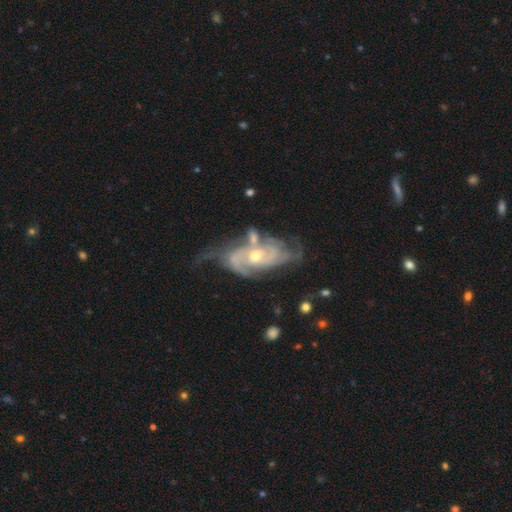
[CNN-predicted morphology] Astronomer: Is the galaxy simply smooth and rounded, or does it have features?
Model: featured or disk — 87%.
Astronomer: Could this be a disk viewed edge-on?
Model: no — 95%.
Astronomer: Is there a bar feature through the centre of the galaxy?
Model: no — 65%.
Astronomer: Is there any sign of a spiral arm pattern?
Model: yes — 94%.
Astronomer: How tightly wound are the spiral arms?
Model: tight — 51% (runner-up: medium, 37%).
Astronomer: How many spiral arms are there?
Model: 2 — 33% (runner-up: can't tell, 29%).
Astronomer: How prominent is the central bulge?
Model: moderate — 54% (runner-up: small, 42%).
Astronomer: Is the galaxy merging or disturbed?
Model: none — 41% (runner-up: minor disturbance, 23%).